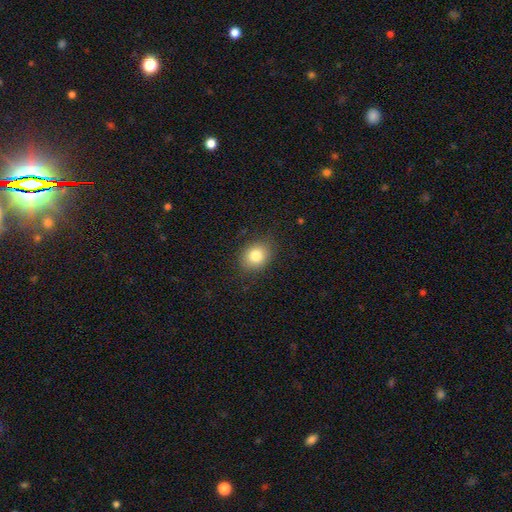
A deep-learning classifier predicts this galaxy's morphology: A smooth galaxy with no disk features (81%) that is round (53%).

Vote fractions:
- Smooth or featured? smooth: 81% / star or artifact: 10% / featured or disk: 9%
- How rounded? round: 53% / in between: 46% / cigar-shaped: 1%
- Merging? none: 84% / minor disturbance: 12% / major disturbance: 3% / merger: 1%